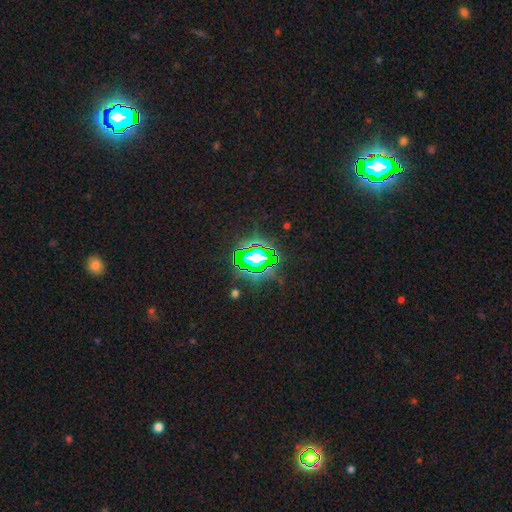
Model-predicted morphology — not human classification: star or artifact 84%, smooth 10%, featured or disk 6%.